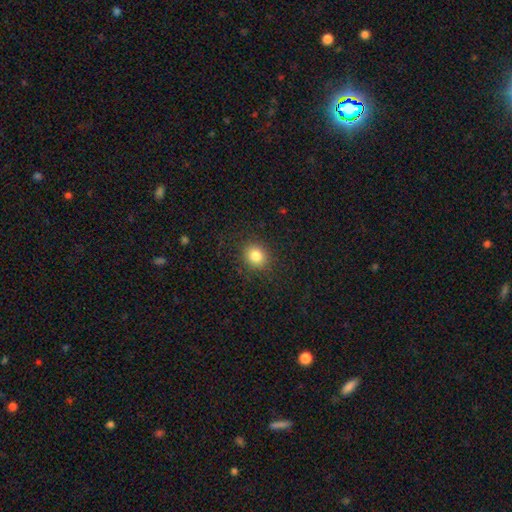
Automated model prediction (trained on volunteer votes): smooth_or_featured: smooth (p=0.83) [alt: star or artifact p=0.11]
how_rounded: round (p=0.78) [alt: in between p=0.21]
merging: none (p=0.88) [alt: minor disturbance p=0.08]